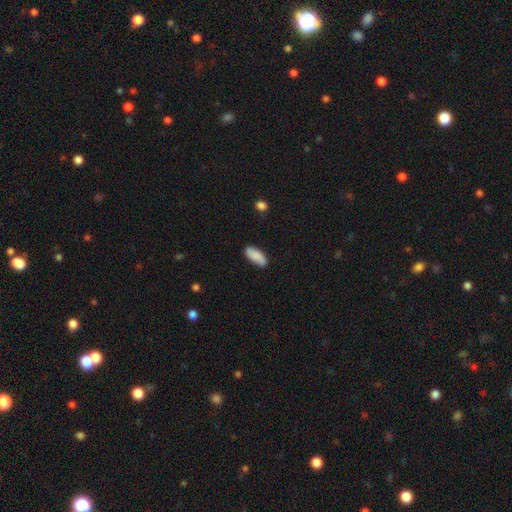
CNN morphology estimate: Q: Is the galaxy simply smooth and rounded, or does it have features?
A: smooth — 84%.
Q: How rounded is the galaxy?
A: in between — 82%.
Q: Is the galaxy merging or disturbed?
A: none — 82%.